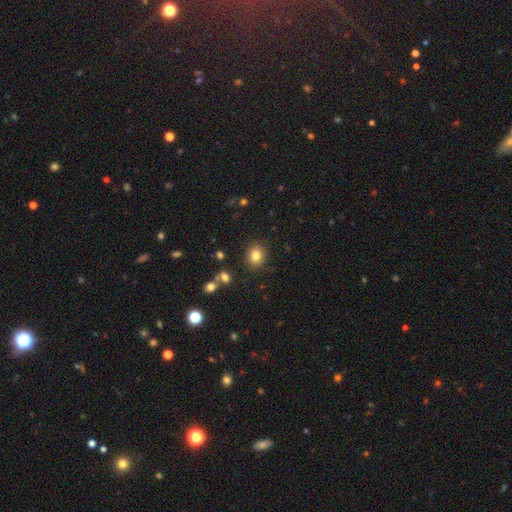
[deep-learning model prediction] This is clearly a smooth galaxy (82%). How rounded: likely round (67%). Merging: clearly none (87%).